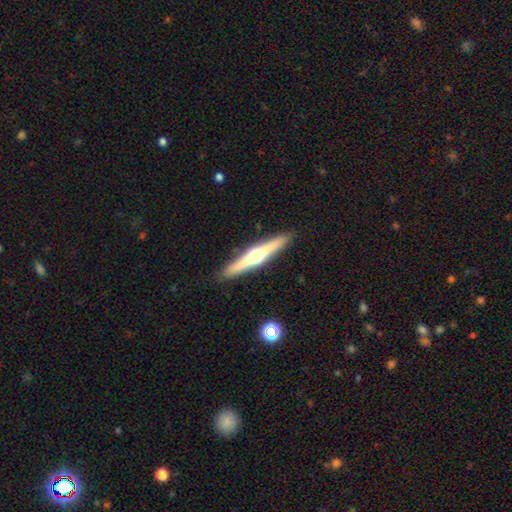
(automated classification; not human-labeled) featured or disk 68%, smooth 27%, star or artifact 5%. Down the decision tree: edge-on disk — yes (98%); edge-on bulge — rounded (92%); merging — none (91%).